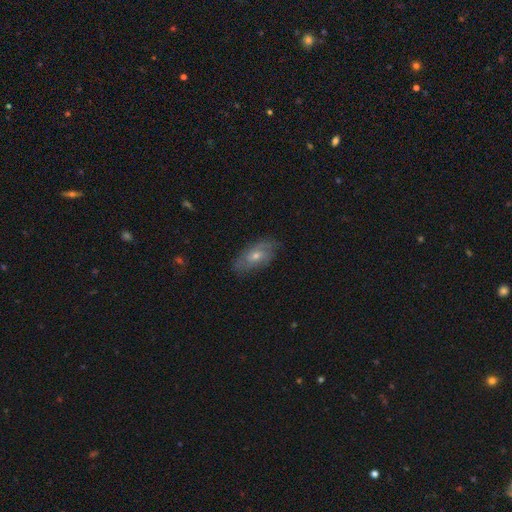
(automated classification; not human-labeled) Smooth or featured: featured or disk — 60% (smooth — 31%)
Edge-on disk: no — 88% (yes — 12%)
Bar: no — 69% (weak — 26%)
Spiral arms: yes — 78% (no — 22%)
Bulge size: moderate — 52% (small — 43%)
Merging: none — 76% (minor disturbance — 18%)